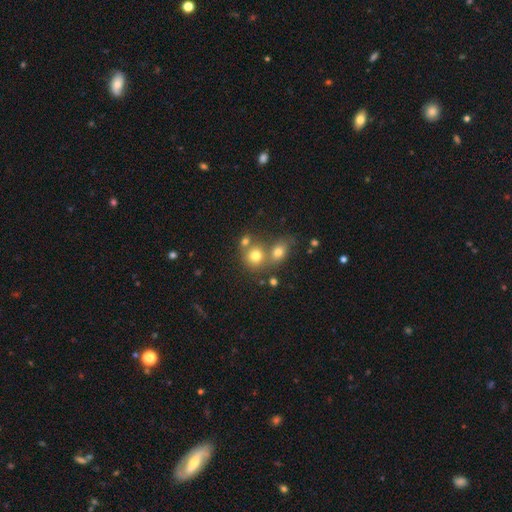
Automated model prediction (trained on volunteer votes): Q: Smooth or featured?
A: smooth (75%); runner-up: star or artifact (13%)
Q: How rounded?
A: round (76%); runner-up: in between (23%)
Q: Merging?
A: merger (44%); tied with: none (44%)